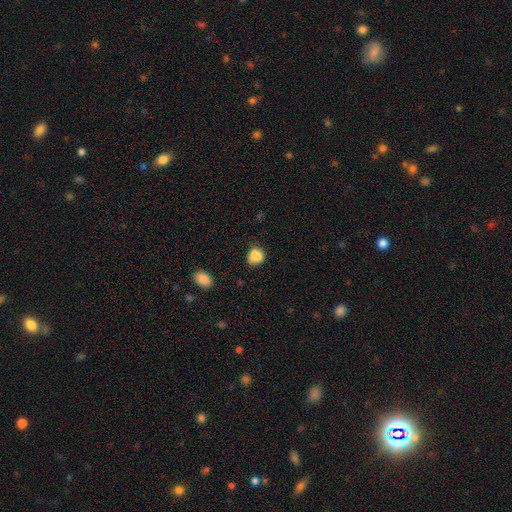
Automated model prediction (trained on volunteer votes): Overall: smooth (82%). How rounded: round (60%; in between 39%). Merging: none (57%; minor disturbance 27%).